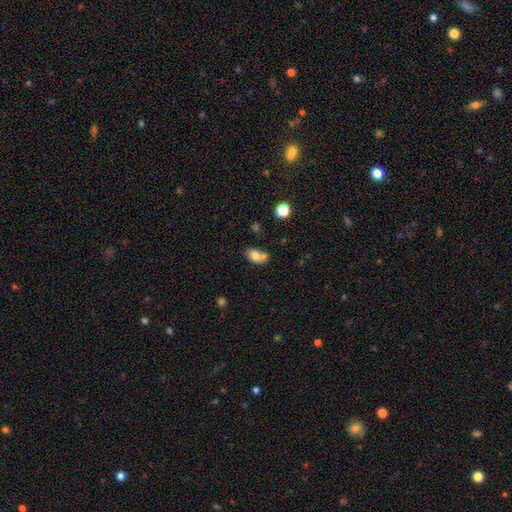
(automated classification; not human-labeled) Morphology: type=smooth (75%); roundness=in between (80%); merging=merger (42%).